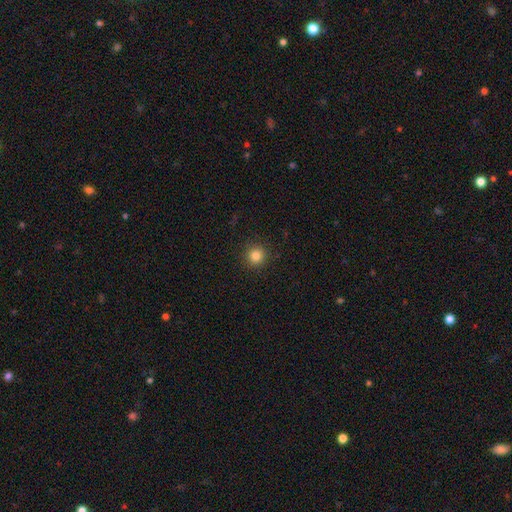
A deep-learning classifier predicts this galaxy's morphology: smooth 83%, star or artifact 12%, featured or disk 5%. Down the decision tree: how rounded — round (94%); merging — none (91%).